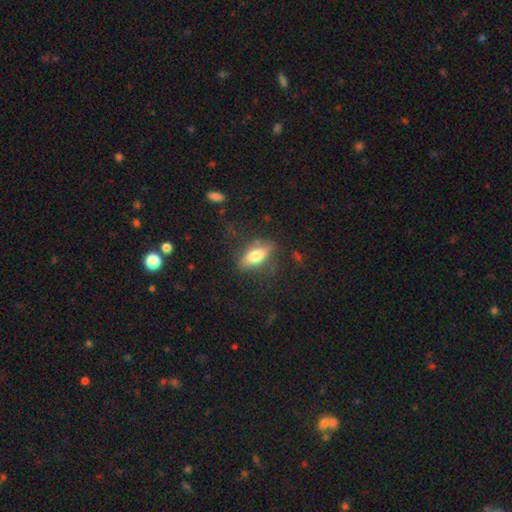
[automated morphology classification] A smooth galaxy with no disk features (70%) that is in between round and cigar-shaped (76%). Merging: none (72%).